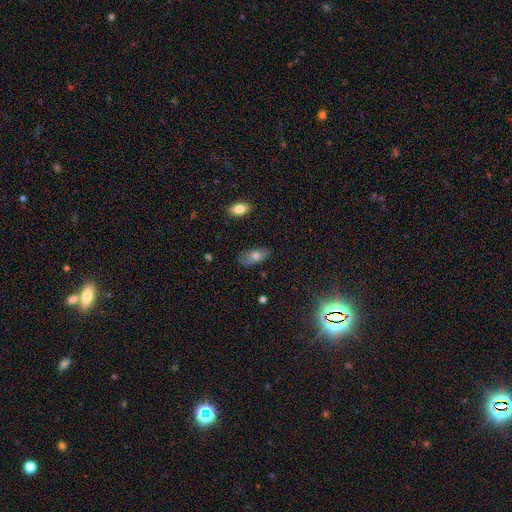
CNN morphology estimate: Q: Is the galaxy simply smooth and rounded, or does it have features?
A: smooth — 69%.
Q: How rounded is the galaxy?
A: in between — 85%.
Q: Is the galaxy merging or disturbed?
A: none — 73%.